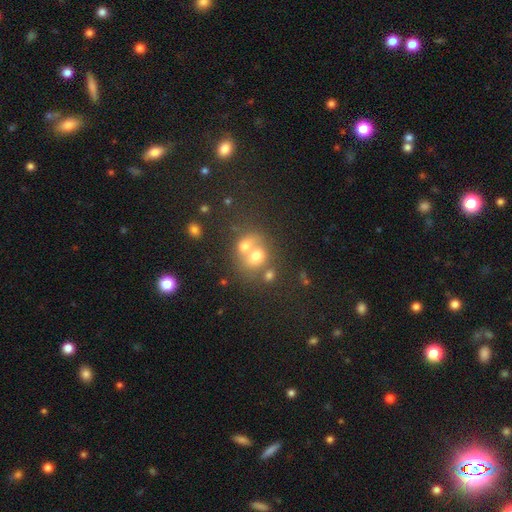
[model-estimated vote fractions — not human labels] Overall: smooth (65%). How rounded: round (52%; in between 47%). Merging: merger (65%).